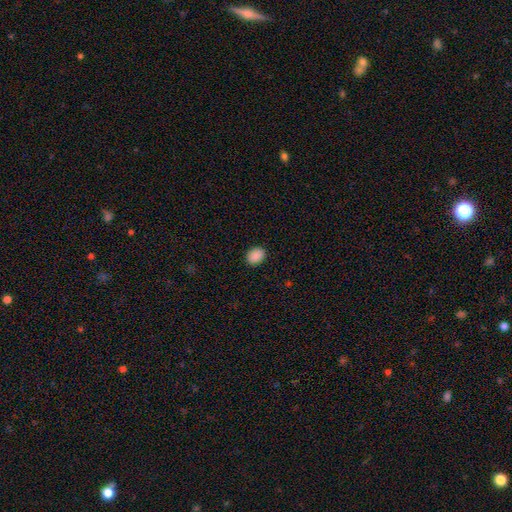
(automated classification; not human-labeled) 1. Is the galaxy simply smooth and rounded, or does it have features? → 90% smooth, 8% star or artifact, 2% featured or disk.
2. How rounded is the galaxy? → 67% in between, 32% round, 1% cigar-shaped.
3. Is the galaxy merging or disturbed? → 90% none, 8% minor disturbance, 2% major disturbance, 1% merger.